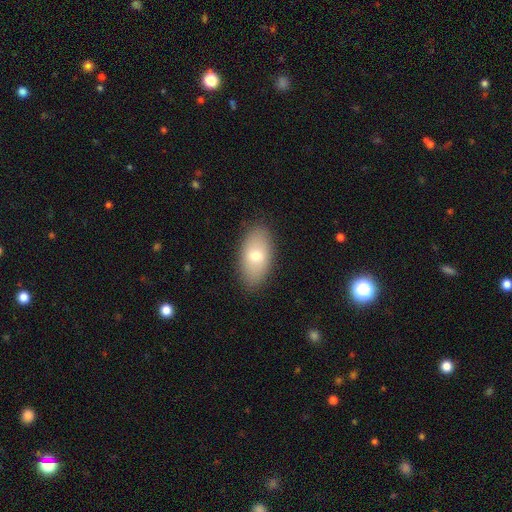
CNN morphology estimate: The model was most divided on "smooth or featured": smooth: 72%, featured or disk: 21%, star or artifact: 8%. More confident: how rounded — in between (92%); merging — none (86%).